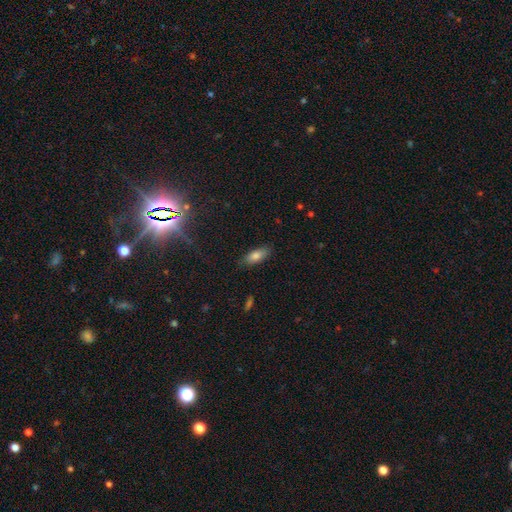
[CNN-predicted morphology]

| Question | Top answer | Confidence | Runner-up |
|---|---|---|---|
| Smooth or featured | smooth | 80% | featured or disk (13%) |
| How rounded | in between | 76% | cigar-shaped (22%) |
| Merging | none | 84% | minor disturbance (13%) |